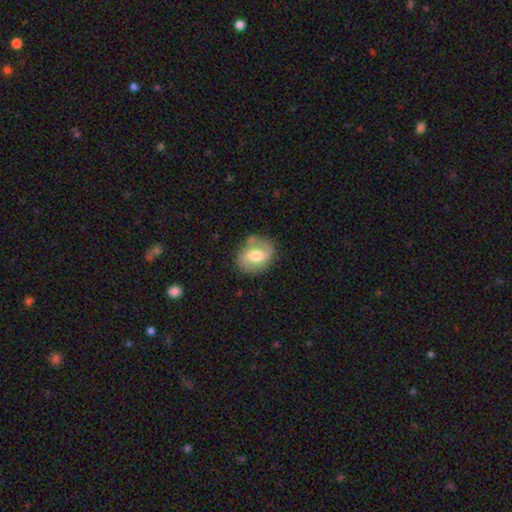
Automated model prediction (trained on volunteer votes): The model was most divided on "smooth or featured": featured or disk: 51%, smooth: 42%, star or artifact: 7%. More confident: edge-on disk — no (96%); merging — none (72%).